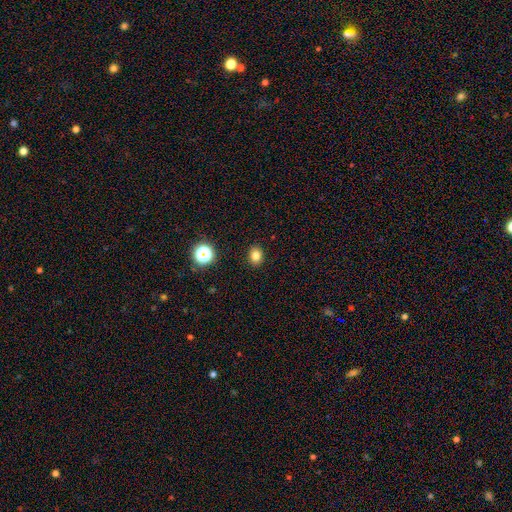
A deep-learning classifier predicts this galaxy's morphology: Q: Smooth or featured?
A: smooth (80%); runner-up: star or artifact (14%)
Q: How rounded?
A: round (50%); runner-up: in between (49%)
Q: Merging?
A: none (90%); runner-up: minor disturbance (7%)